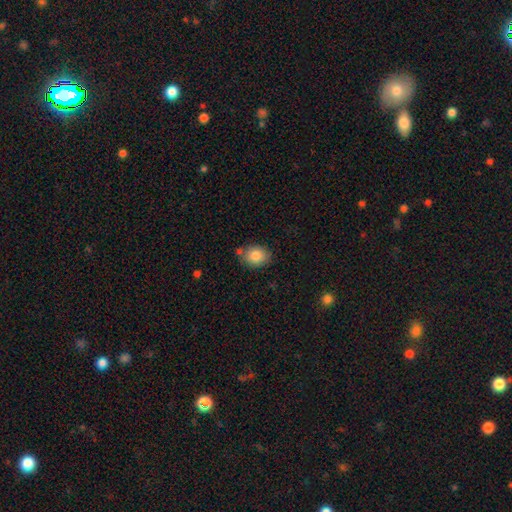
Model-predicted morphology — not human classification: smooth 84%, star or artifact 8%, featured or disk 7%. Down the decision tree: how rounded — in between (53%); merging — none (74%).